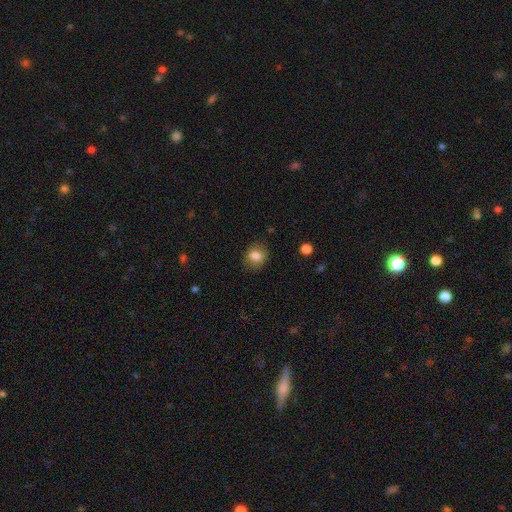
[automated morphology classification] The model was most divided on "how rounded": round: 64%, in between: 35%, cigar-shaped: 1%. More confident: merging — none (84%); smooth or featured — smooth (81%).